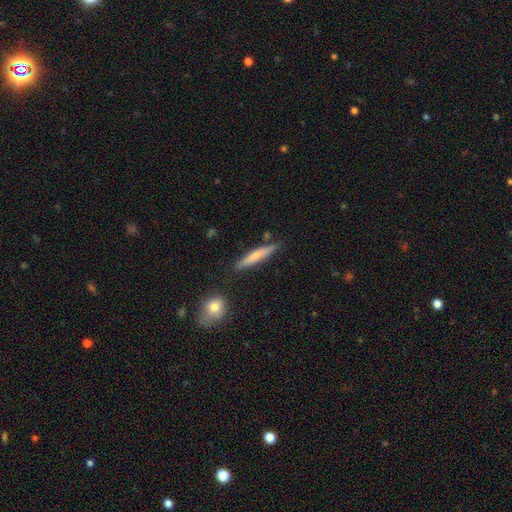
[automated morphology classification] This is likely a smooth galaxy (66%). How rounded: clearly cigar-shaped (91%). Merging: clearly none (83%).